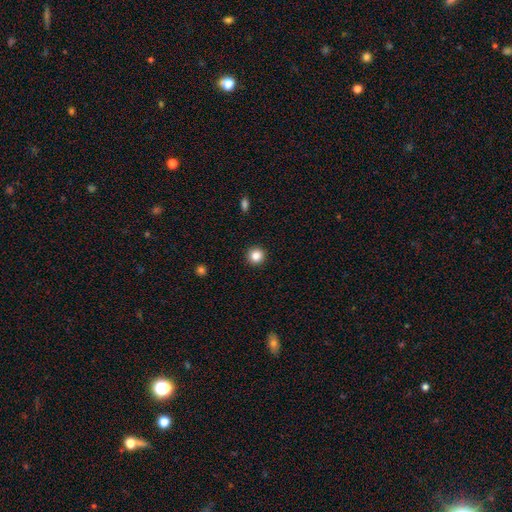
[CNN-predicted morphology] Smooth or featured? Predicted: smooth (p=0.85). How rounded? Predicted: round (p=0.94). Merging? Predicted: none (p=0.93).